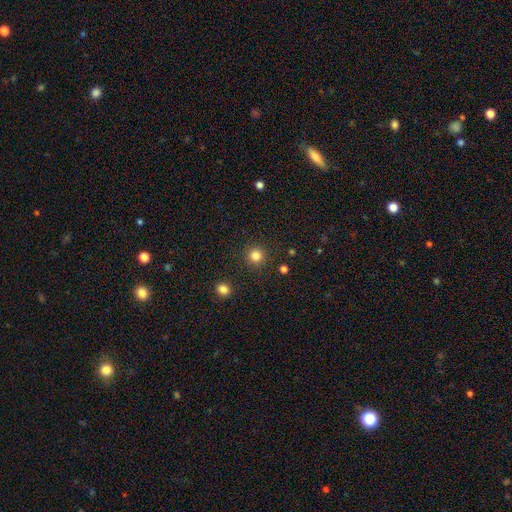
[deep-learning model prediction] This is clearly a smooth galaxy (82%). How rounded: clearly round (95%). Merging: clearly none (91%).